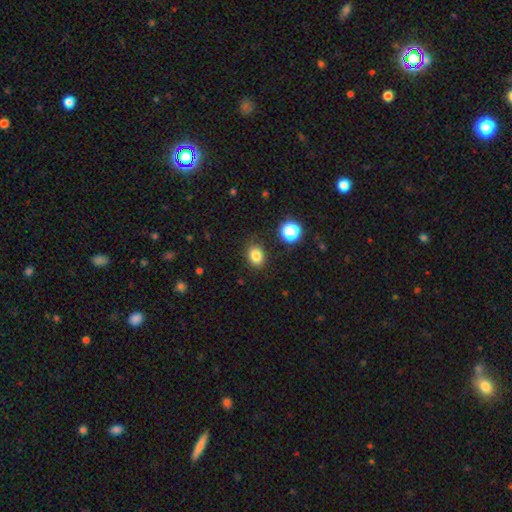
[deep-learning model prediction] The model was most divided on "how rounded": in between: 58%, round: 41%, cigar-shaped: 1%. More confident: merging — none (84%); smooth or featured — smooth (82%).